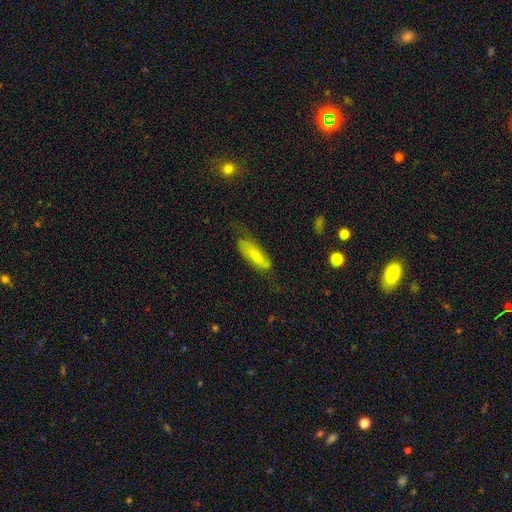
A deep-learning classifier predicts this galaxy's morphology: Smooth or featured? smooth (54%)
How rounded? in between (61%)
Merging? none (56%)